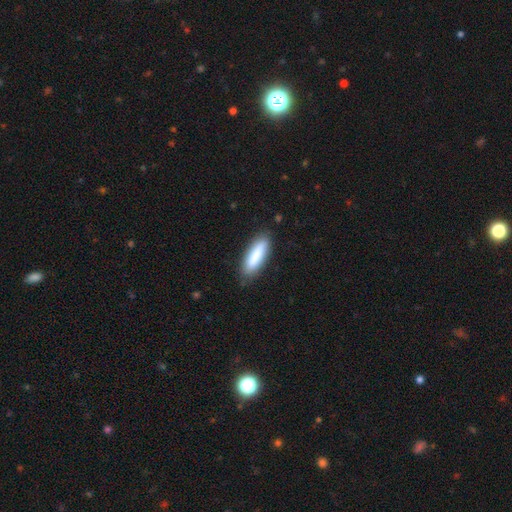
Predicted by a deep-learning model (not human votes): A smooth galaxy with no disk features (84%) that is cigar-shaped (59%).

Vote fractions:
- Smooth or featured? smooth: 84% / featured or disk: 11% / star or artifact: 6%
- How rounded? cigar-shaped: 59% / in between: 40% / round: 1%
- Merging? none: 84% / minor disturbance: 12% / major disturbance: 2% / merger: 1%